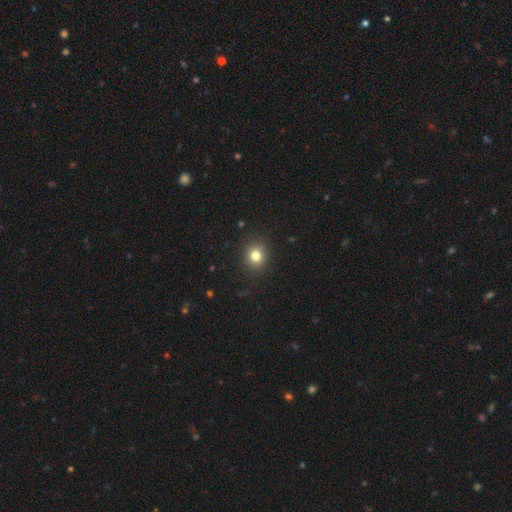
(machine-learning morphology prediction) The model was most divided on "how rounded": round: 80%, in between: 19%, cigar-shaped: 1%. More confident: merging — none (90%); smooth or featured — smooth (80%).